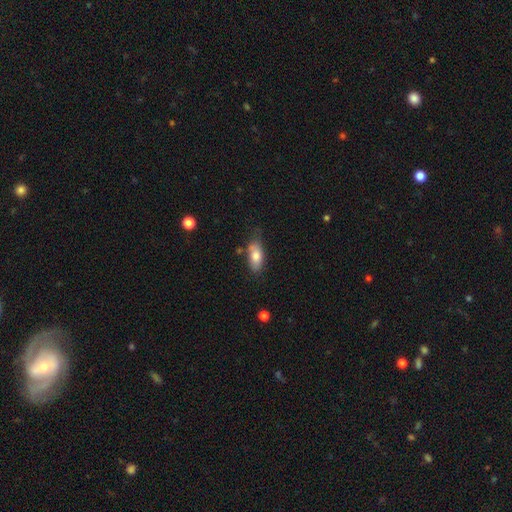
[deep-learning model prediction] This is likely a smooth galaxy (77%). How rounded: clearly in between (81%). Merging: likely none (62%).